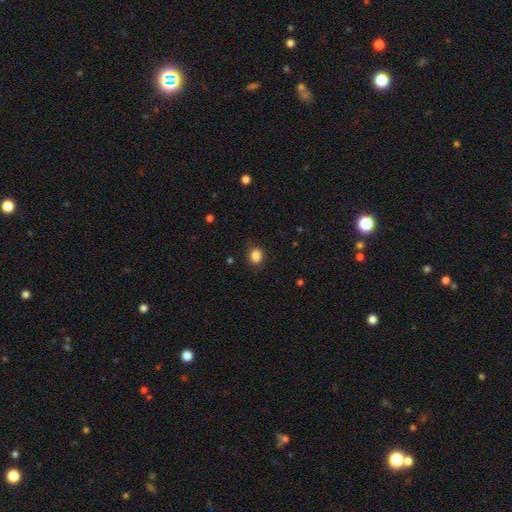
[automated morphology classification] Overall: smooth (86%). How rounded: round (53%; in between 46%). Merging: none (81%).